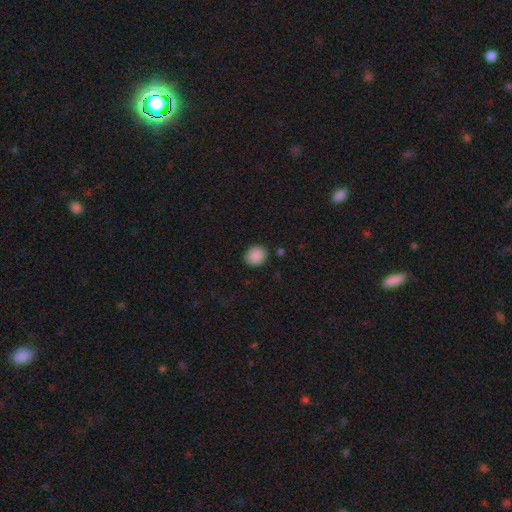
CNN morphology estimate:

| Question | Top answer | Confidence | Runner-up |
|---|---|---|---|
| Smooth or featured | smooth | 89% | star or artifact (8%) |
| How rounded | round | 76% | in between (23%) |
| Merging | none | 88% | minor disturbance (8%) |